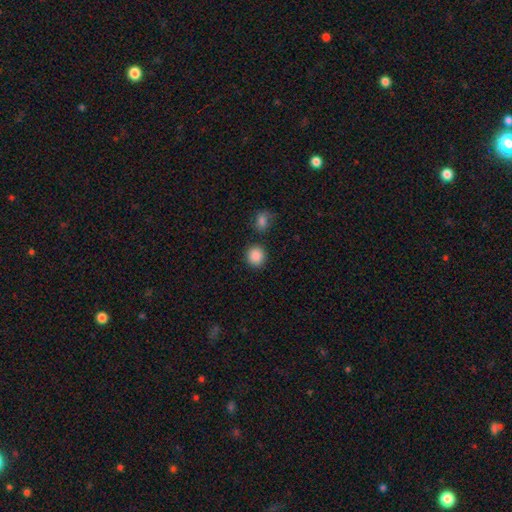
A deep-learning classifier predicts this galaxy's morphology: smooth 88%, star or artifact 9%, featured or disk 3%. Down the decision tree: how rounded — round (88%); merging — none (84%).